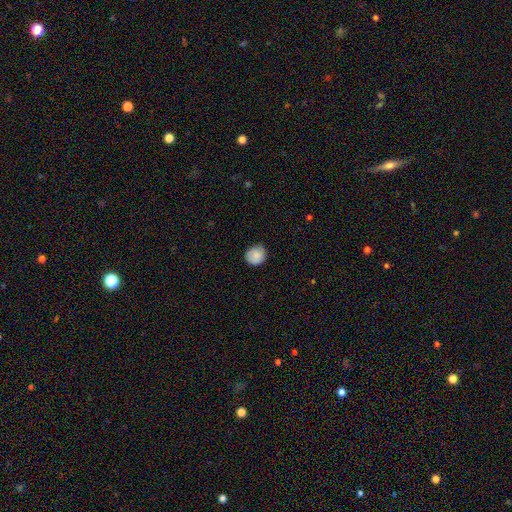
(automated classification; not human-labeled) A smooth galaxy with no disk features (85%) that is round (86%).

Vote fractions:
- Smooth or featured? smooth: 85% / star or artifact: 8% / featured or disk: 7%
- How rounded? round: 86% / in between: 13% / cigar-shaped: 1%
- Merging? none: 83% / minor disturbance: 14% / major disturbance: 2% / merger: 1%